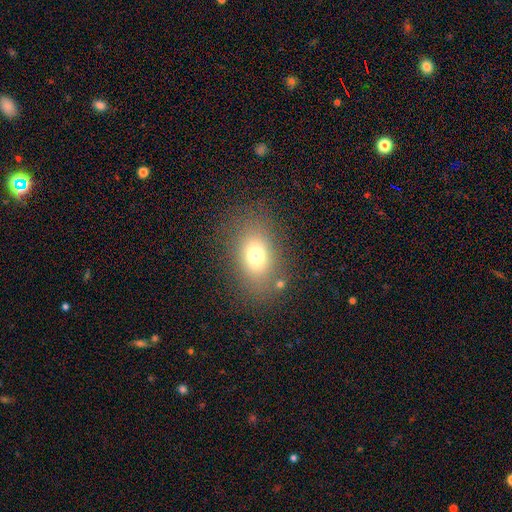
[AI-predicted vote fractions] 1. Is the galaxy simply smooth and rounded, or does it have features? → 72% smooth, 14% featured or disk, 14% star or artifact.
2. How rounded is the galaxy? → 78% in between, 20% round, 2% cigar-shaped.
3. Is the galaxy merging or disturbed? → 79% none, 12% minor disturbance, 6% major disturbance, 3% merger.